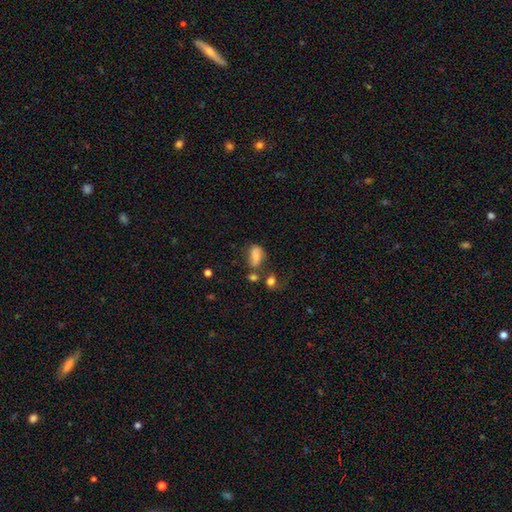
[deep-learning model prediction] smooth-or-featured: smooth: 71% | featured or disk: 18% | star or artifact: 12%
  how-rounded: in between: 81% | round: 12% | cigar-shaped: 7%
  merging: none: 41% | minor disturbance: 24% | merger: 19% | major disturbance: 16%